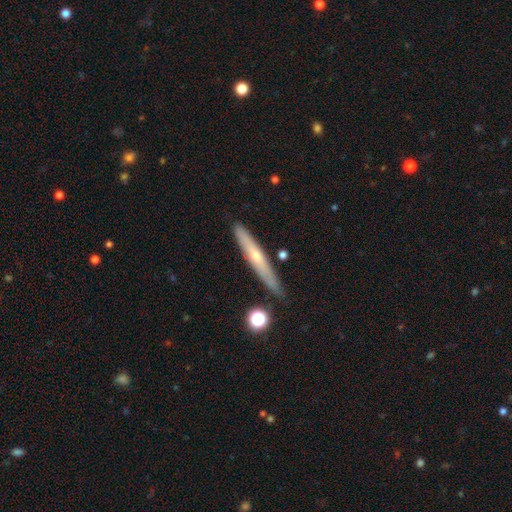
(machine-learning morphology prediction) Smooth or featured? featured or disk (50%)
Merging? none (83%)